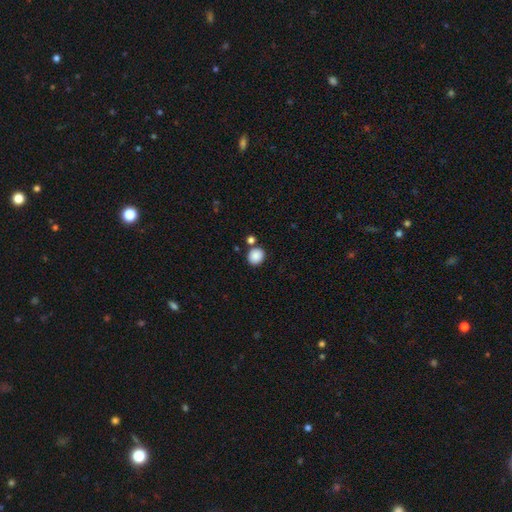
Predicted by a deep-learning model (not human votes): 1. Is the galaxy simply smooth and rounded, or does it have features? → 88% smooth, 9% star or artifact, 4% featured or disk.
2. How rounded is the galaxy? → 79% round, 20% in between, 1% cigar-shaped.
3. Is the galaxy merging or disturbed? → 76% none, 12% merger, 9% minor disturbance, 3% major disturbance.